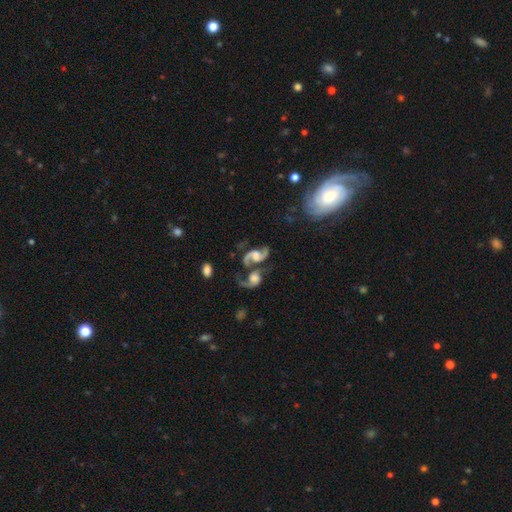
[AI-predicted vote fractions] Overall: featured or disk (85%). Edge-on disk: no (97%). Bar: no (52%; weak 37%). Spiral arms: yes (96%). Spiral arm count: 2 (91%). Spiral winding: loose (55%; medium 37%). Bulge size: moderate (35%; small 24%). Merging: merger (47%; none 30%).